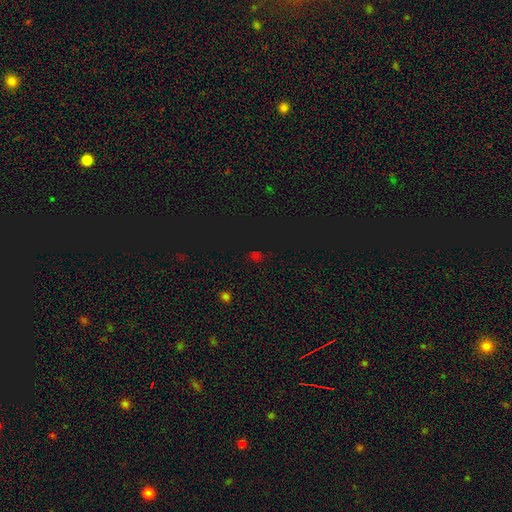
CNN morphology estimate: A star or artifact, not a galaxy (58%).

Vote fractions:
- Smooth or featured? star or artifact: 58% / smooth: 36% / featured or disk: 6%